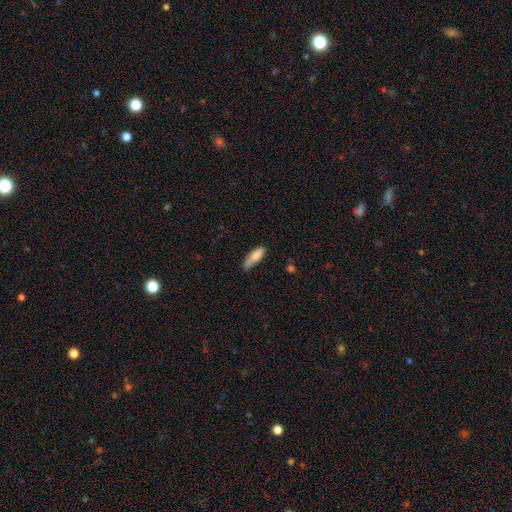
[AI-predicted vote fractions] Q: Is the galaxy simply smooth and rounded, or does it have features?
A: smooth — 81%.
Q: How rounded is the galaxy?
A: in between — 59%.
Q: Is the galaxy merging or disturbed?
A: none — 46%.